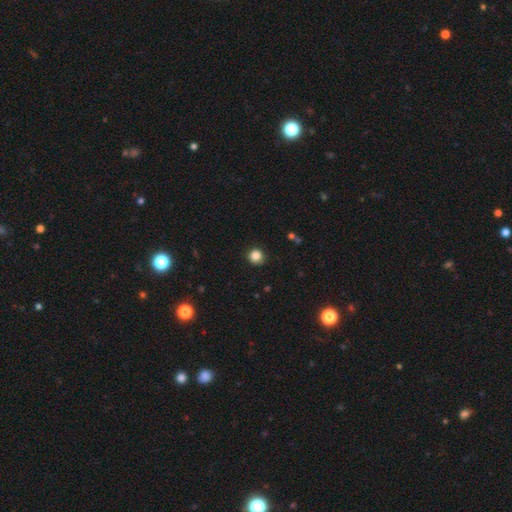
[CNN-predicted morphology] A smooth galaxy with no disk features (85%) that is round (91%). Merging: none (87%).